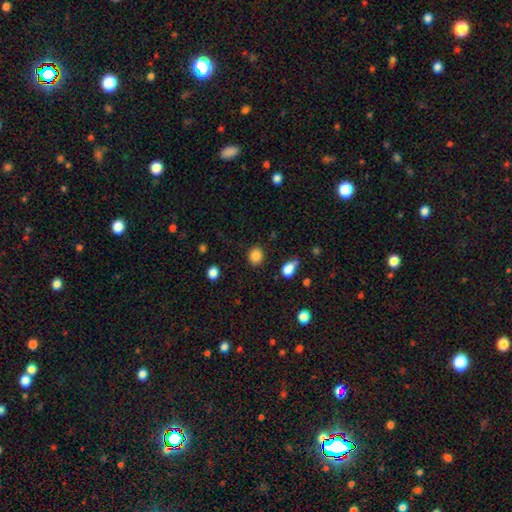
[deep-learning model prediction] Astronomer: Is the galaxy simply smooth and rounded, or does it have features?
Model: smooth — 86%.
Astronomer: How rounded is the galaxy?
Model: round — 66%.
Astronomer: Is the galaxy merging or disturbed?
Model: none — 85%.